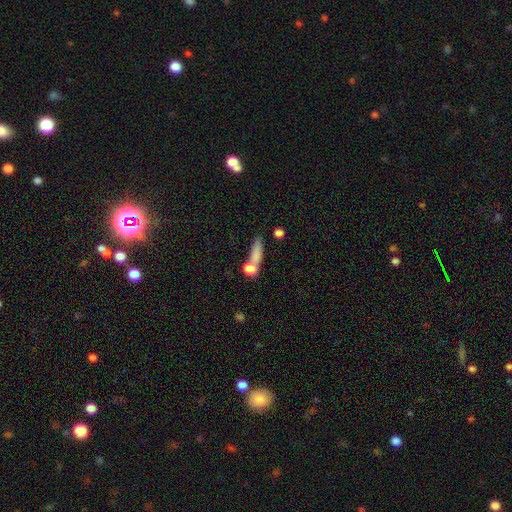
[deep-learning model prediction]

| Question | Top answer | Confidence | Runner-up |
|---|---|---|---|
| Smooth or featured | smooth | 75% | featured or disk (15%) |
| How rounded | cigar-shaped | 50% | in between (37%) |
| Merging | none | 45% | merger (31%) |